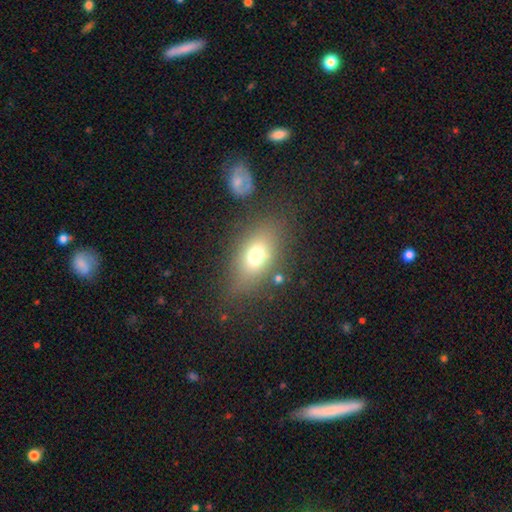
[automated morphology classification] type=smooth (69%); roundness=in between (77%); merging=none (74%).